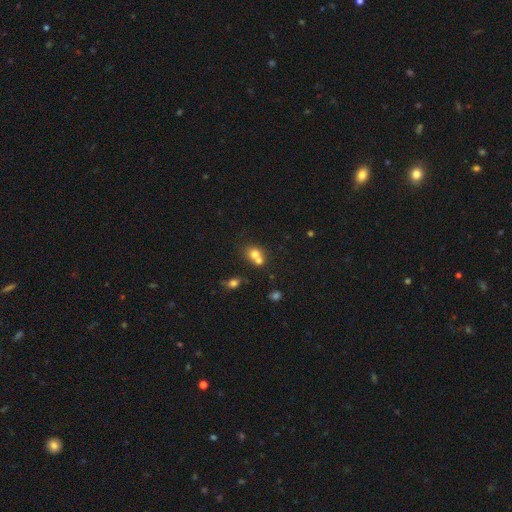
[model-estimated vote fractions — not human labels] This is likely a smooth galaxy (71%). How rounded: likely round (70%). Merging: possibly merger (56%).